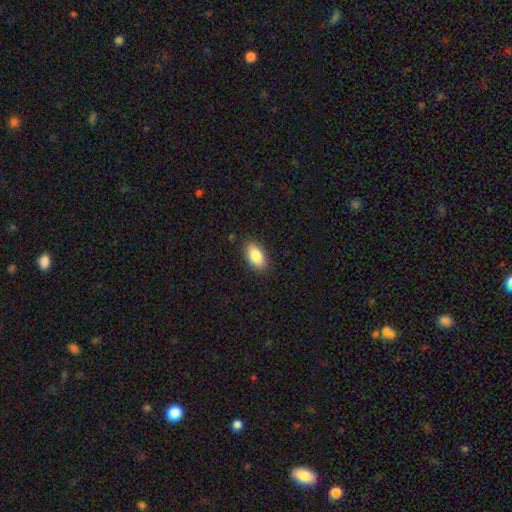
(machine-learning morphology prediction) Smooth or featured: smooth — 84% (featured or disk — 9%)
How rounded: in between — 92% (round — 4%)
Merging: none — 87% (minor disturbance — 10%)